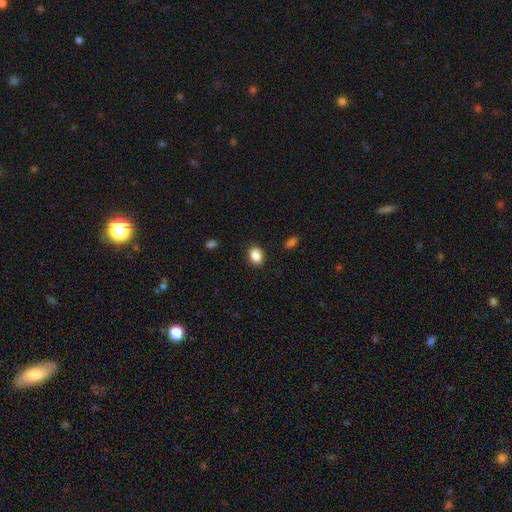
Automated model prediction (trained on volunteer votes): Smooth or featured? Predicted: smooth (p=0.87). How rounded? Predicted: in between (p=0.62). Merging? Predicted: none (p=0.89).